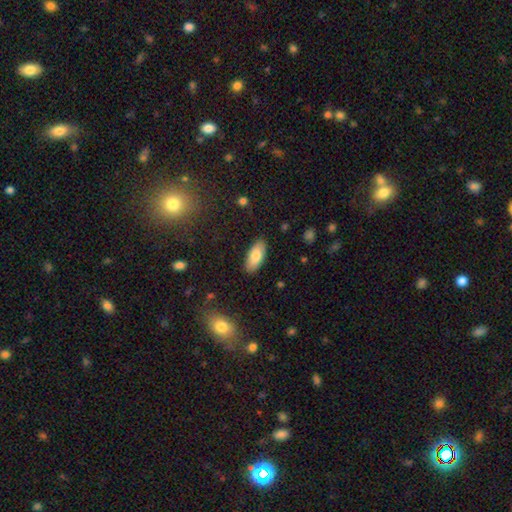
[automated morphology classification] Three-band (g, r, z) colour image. It shows a smooth galaxy with no disk features (81%) that is in between round and cigar-shaped (89%). Merging: none (87%).